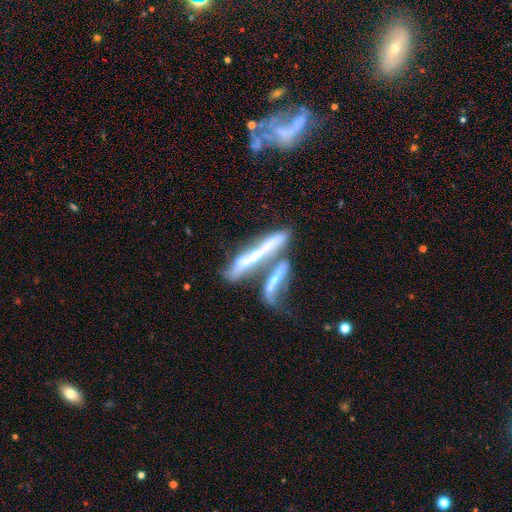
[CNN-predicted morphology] smooth_or_featured: featured or disk (p=0.65) [alt: smooth p=0.25]
disk_edge_on: yes (p=0.67) [alt: no p=0.33]
merging: merger (p=0.52) [alt: none p=0.27]